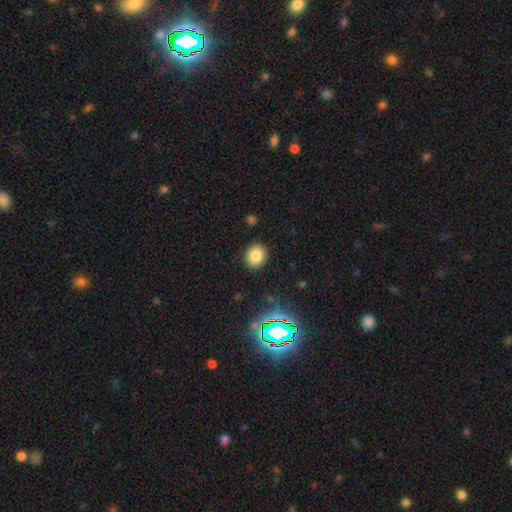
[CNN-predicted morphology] This is likely a smooth galaxy (80%). How rounded: likely round (72%). Merging: clearly none (89%).